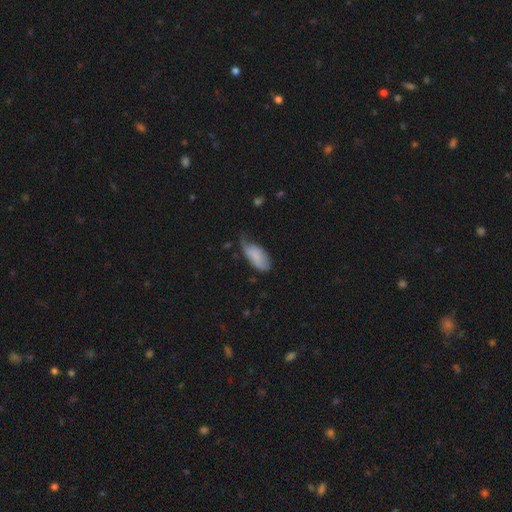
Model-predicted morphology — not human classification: This is clearly a smooth galaxy (80%). How rounded: clearly in between (90%). Merging: possibly minor disturbance (48%).